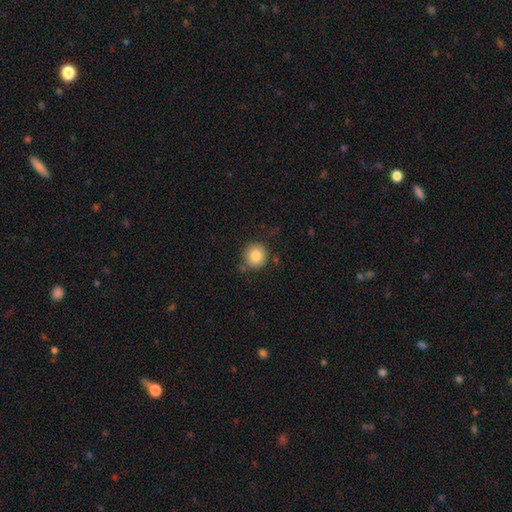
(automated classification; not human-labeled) Morphology: type=smooth (84%); roundness=round (93%); merging=none (80%).